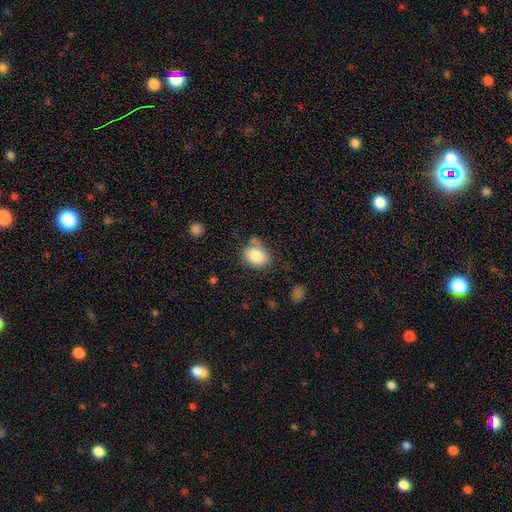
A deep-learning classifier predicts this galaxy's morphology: smooth_or_featured: smooth (p=0.83) [alt: featured or disk p=0.08]
how_rounded: in between (p=0.64) [alt: round p=0.35]
merging: none (p=0.55) [alt: minor disturbance p=0.25]